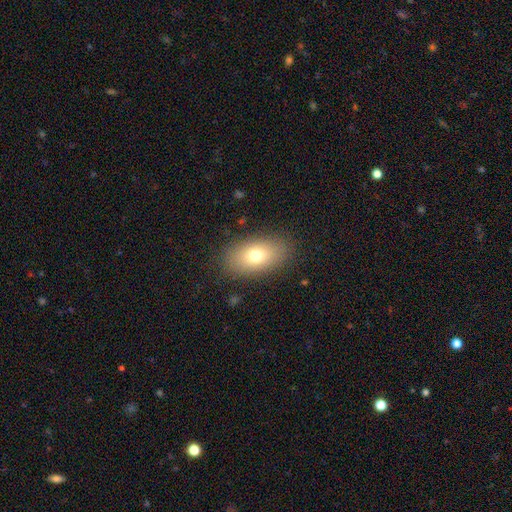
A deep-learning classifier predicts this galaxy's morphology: This appears to be a smooth galaxy with no disk features (74%) that is in between round and cigar-shaped (88%). Merging: none (86%).